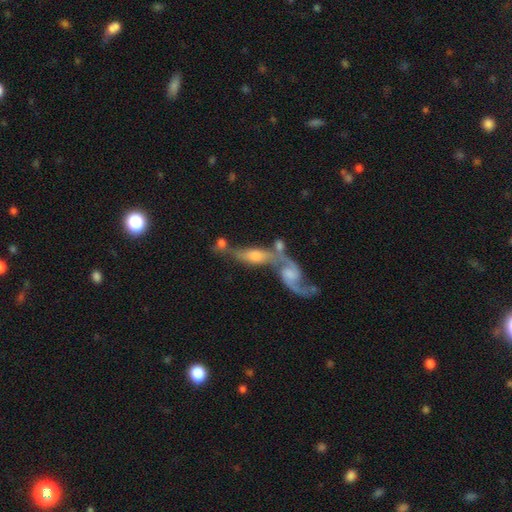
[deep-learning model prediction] smooth_or_featured: featured or disk (p=0.68) [alt: smooth p=0.23]
disk_edge_on: no (p=0.69) [alt: yes p=0.31]
merging: merger (p=0.61) [alt: none p=0.23]